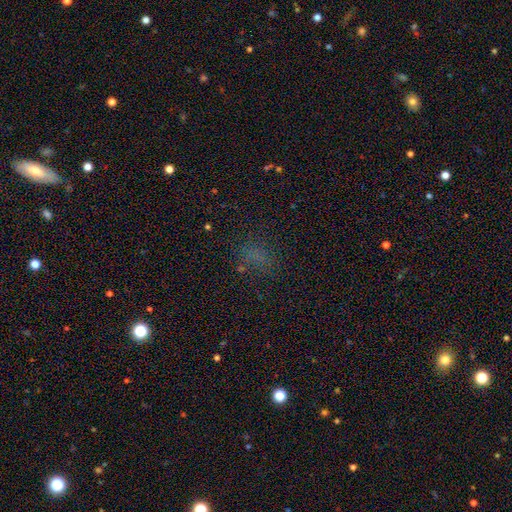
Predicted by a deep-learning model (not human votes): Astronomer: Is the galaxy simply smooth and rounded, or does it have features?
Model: smooth — 56% (runner-up: star or artifact, 33%).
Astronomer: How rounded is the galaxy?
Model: in between — 61%.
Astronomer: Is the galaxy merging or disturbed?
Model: none — 68%.